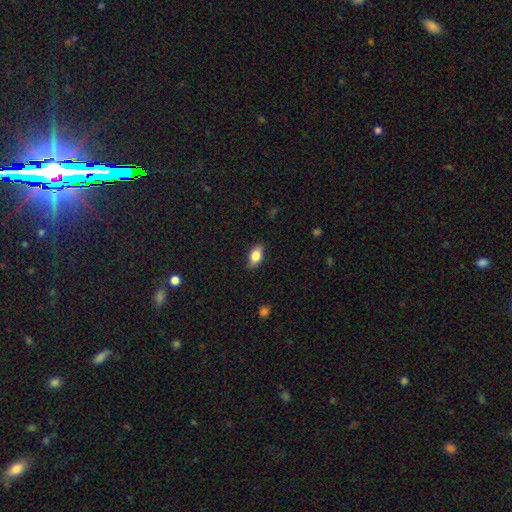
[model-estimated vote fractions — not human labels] A smooth galaxy with no disk features (77%) that is in between round and cigar-shaped (86%). Merging: none (80%).